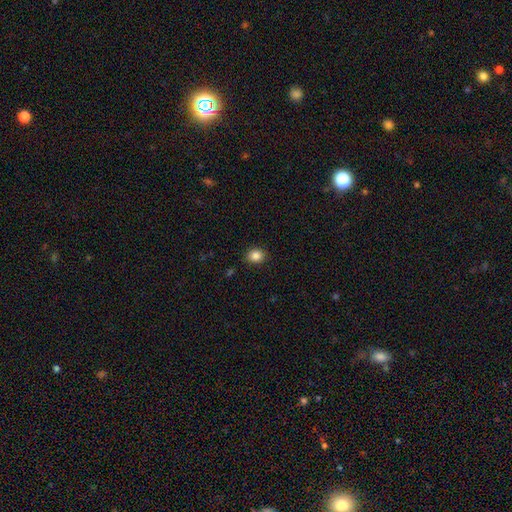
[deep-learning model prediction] smooth_or_featured: smooth (p=0.85) [alt: star or artifact p=0.10]
how_rounded: round (p=0.71) [alt: in between p=0.28]
merging: none (p=0.90) [alt: minor disturbance p=0.07]